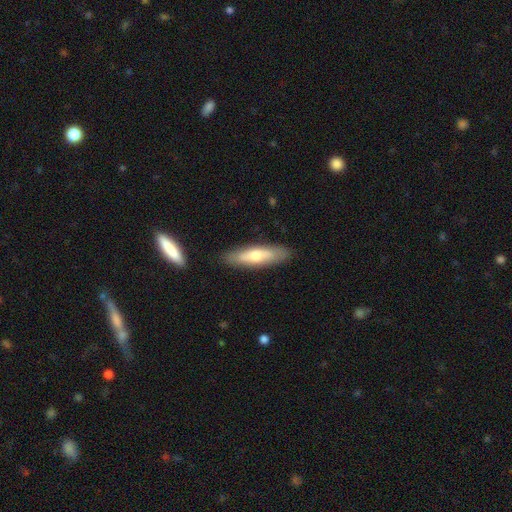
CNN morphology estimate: smooth 58%, featured or disk 36%, star or artifact 6%. Down the decision tree: how rounded — cigar-shaped (68%); merging — none (86%).